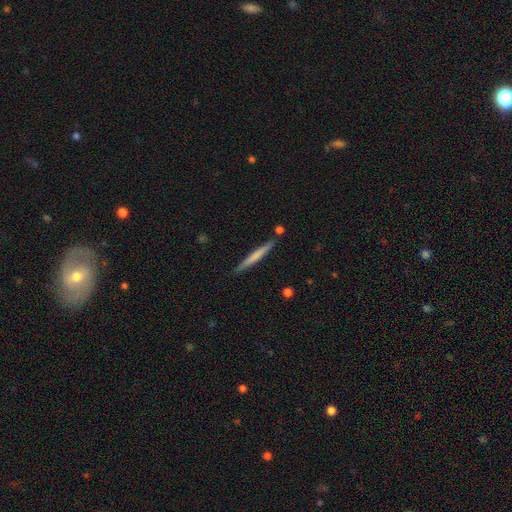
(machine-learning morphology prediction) smooth-or-featured: smooth: 57% | featured or disk: 38% | star or artifact: 5%
  how-rounded: cigar-shaped: 97% | in between: 2% | round: 1%
  merging: none: 87% | minor disturbance: 9% | merger: 3% | major disturbance: 2%